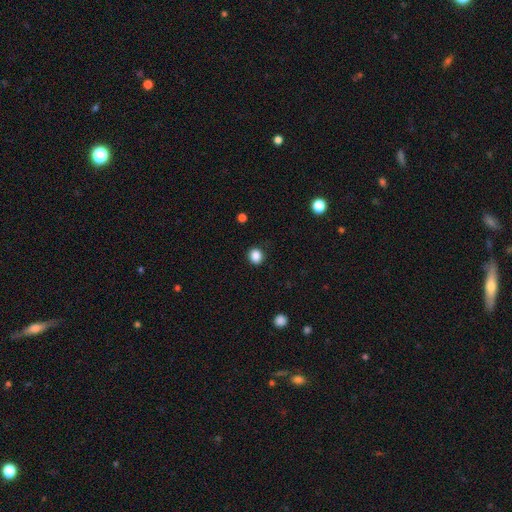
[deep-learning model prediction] Morphology: type=smooth (87%); roundness=round (80%); merging=none (89%).